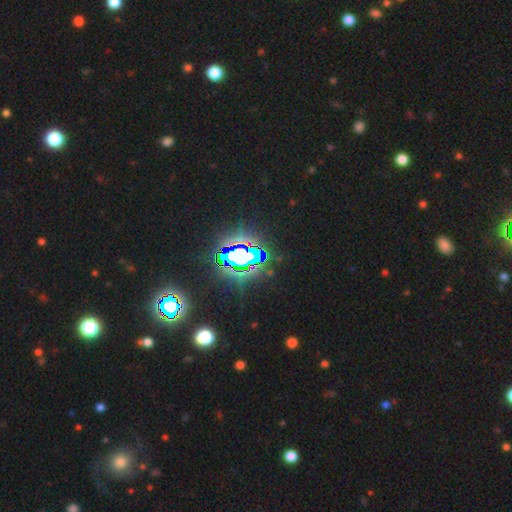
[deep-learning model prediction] A star or artifact, not a galaxy (77%).